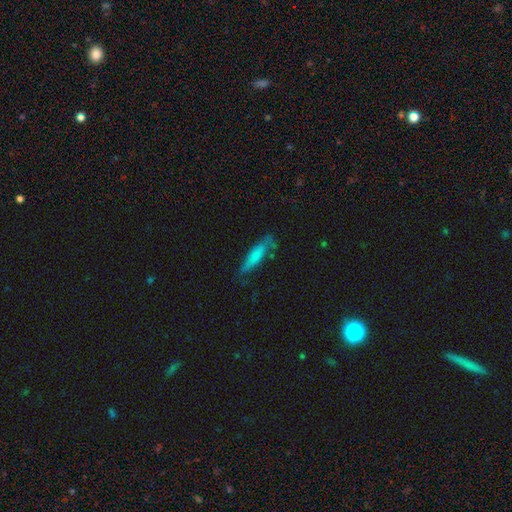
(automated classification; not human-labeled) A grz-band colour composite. It shows a smooth galaxy with no disk features (70%) that is cigar-shaped (78%). Merging: none (67%).